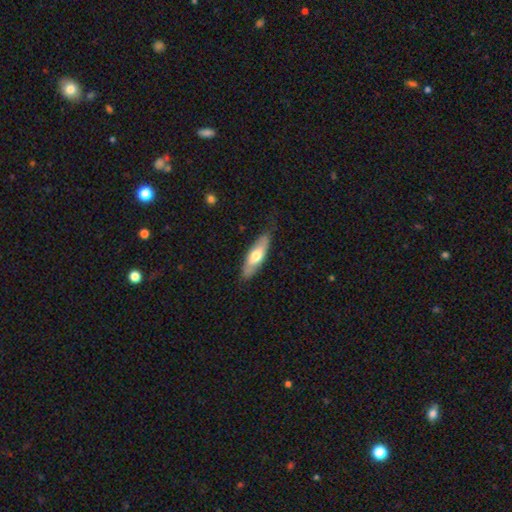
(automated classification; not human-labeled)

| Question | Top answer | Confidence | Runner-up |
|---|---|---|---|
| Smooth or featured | smooth | 59% | featured or disk (36%) |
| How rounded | in between | 49% | cigar-shaped (48%) |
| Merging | none | 81% | minor disturbance (15%) |